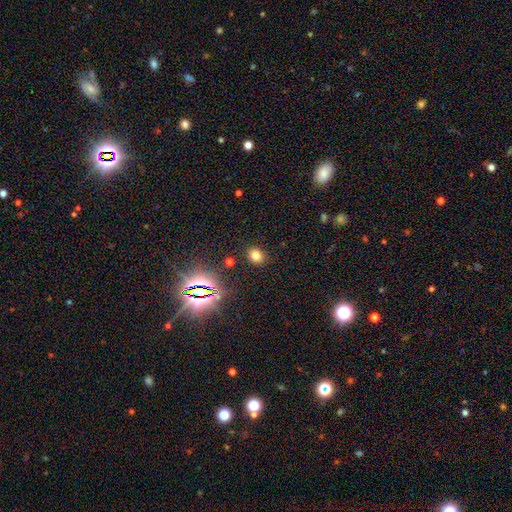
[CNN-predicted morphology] Smooth or featured? Predicted: smooth (p=0.73). How rounded? Predicted: round (p=0.64). Merging? Predicted: none (p=0.88).